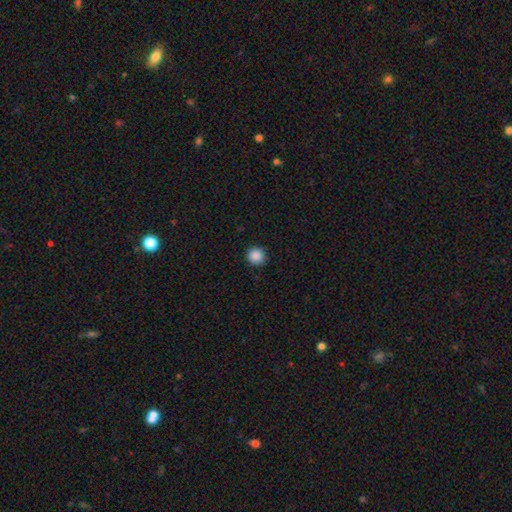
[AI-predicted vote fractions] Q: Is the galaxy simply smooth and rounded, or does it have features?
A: smooth — 88%.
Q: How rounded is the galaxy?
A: round — 95%.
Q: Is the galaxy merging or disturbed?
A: none — 92%.